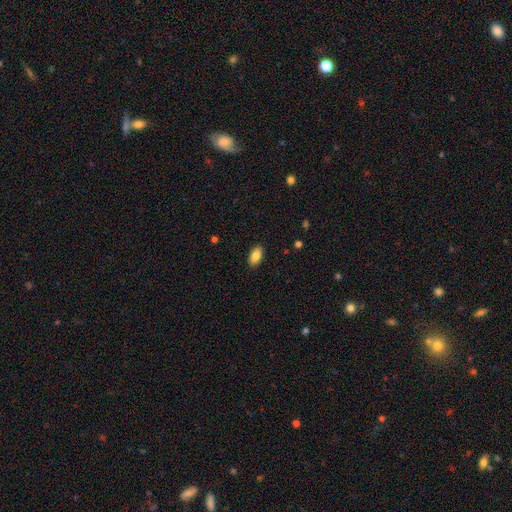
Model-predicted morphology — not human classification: Smooth or featured? smooth (85%)
How rounded? in between (93%)
Merging? none (89%)